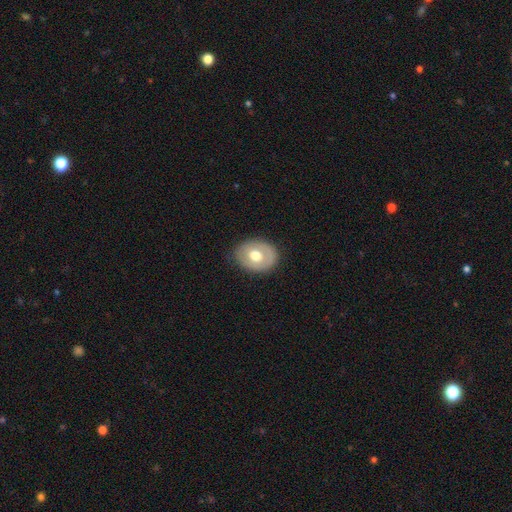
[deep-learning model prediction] smooth-or-featured: smooth: 54% | featured or disk: 40% | star or artifact: 6%
  how-rounded: in between: 54% | round: 45% | cigar-shaped: 1%
  merging: none: 82% | minor disturbance: 13% | major disturbance: 4% | merger: 1%